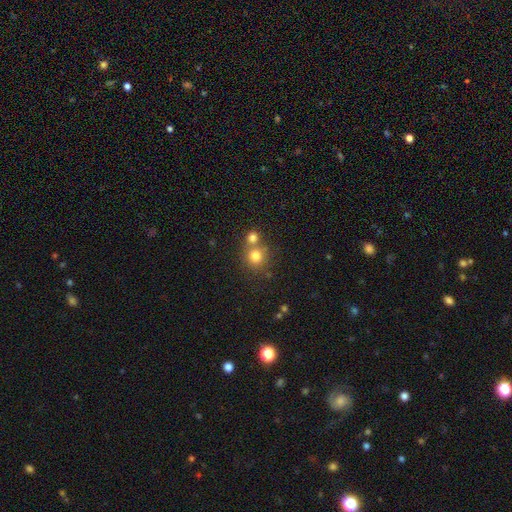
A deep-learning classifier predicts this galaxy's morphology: smooth-or-featured: smooth: 78% | star or artifact: 13% | featured or disk: 9%
  how-rounded: round: 89% | in between: 10% | cigar-shaped: 1%
  merging: none: 54% | merger: 36% | minor disturbance: 7% | major disturbance: 3%